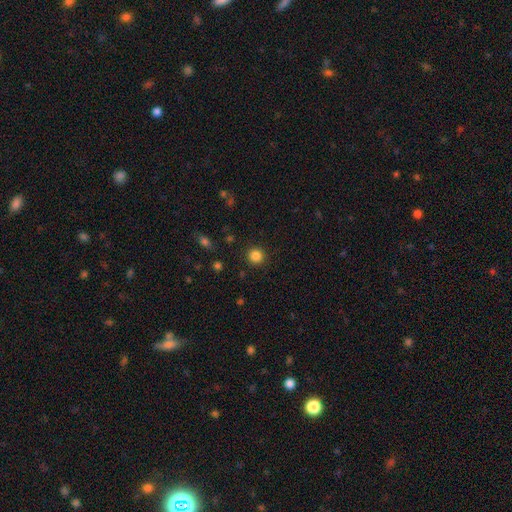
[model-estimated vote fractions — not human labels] Smooth or featured: smooth — 85% (star or artifact — 11%)
How rounded: round — 93% (in between — 6%)
Merging: none — 90% (minor disturbance — 6%)